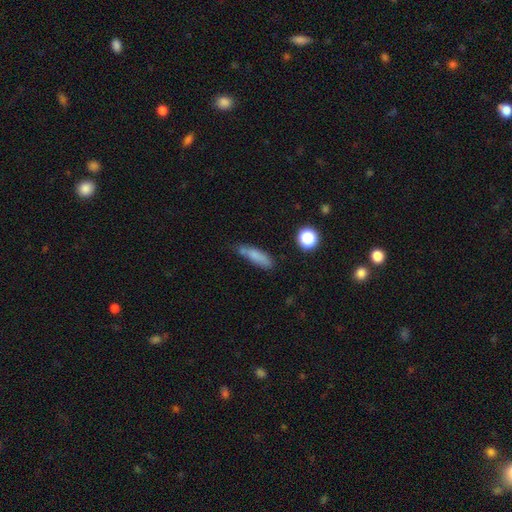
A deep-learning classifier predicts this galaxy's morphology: Smooth or featured: smooth — 76% (featured or disk — 13%)
How rounded: cigar-shaped — 61% (in between — 35%)
Merging: none — 56% (minor disturbance — 27%)